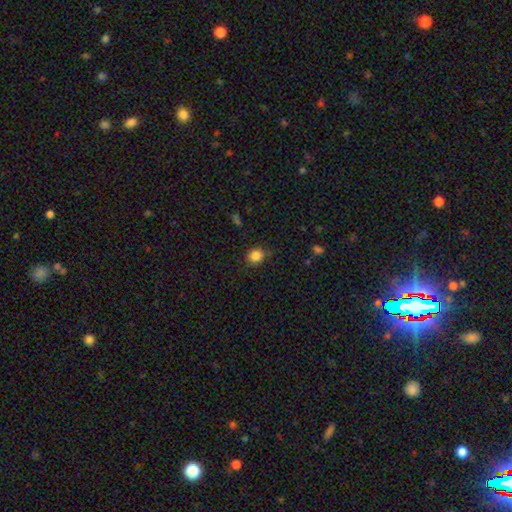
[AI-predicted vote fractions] This appears to be a smooth galaxy with no disk features (85%) that is round (81%). Merging: none (81%).